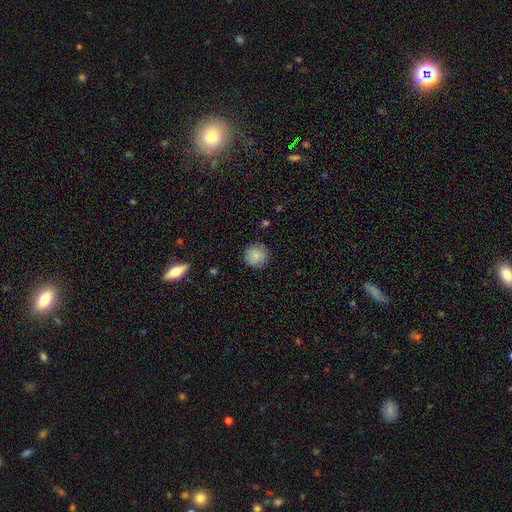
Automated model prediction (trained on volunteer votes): The model was most divided on "smooth or featured": smooth: 86%, star or artifact: 8%, featured or disk: 6%. More confident: how rounded — round (93%); merging — none (87%).